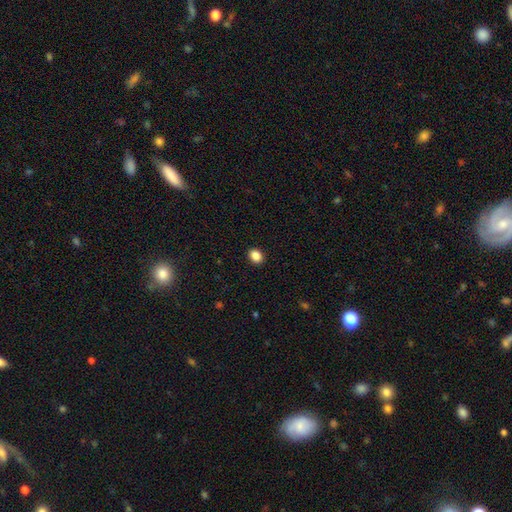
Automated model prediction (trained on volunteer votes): Overall: smooth (87%). How rounded: in between (53%; round 46%). Merging: none (91%).